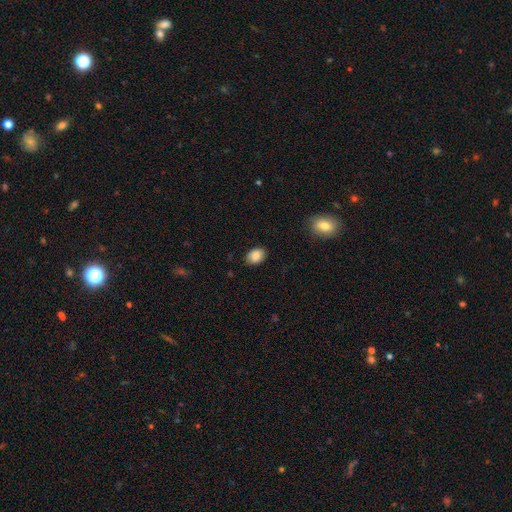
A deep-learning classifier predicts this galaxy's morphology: This appears to be a smooth galaxy with no disk features (87%) that is in between round and cigar-shaped (75%). Merging: none (86%).